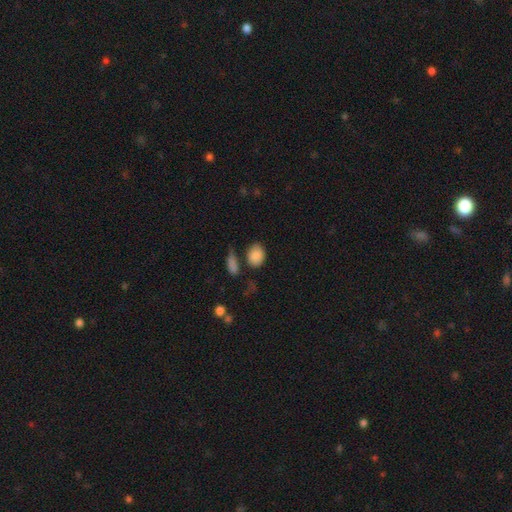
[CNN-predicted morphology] A smooth galaxy with no disk features (87%) that is in between round and cigar-shaped (68%).

Vote fractions:
- Smooth or featured? smooth: 87% / star or artifact: 8% / featured or disk: 5%
- How rounded? in between: 68% / round: 30% / cigar-shaped: 2%
- Merging? none: 67% / minor disturbance: 17% / merger: 11% / major disturbance: 5%